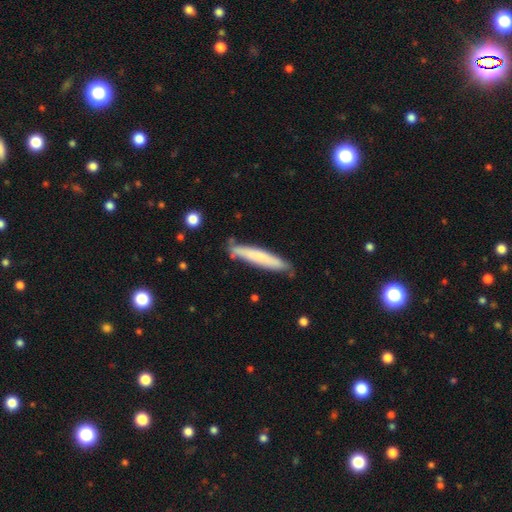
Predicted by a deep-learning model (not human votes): Smooth or featured? Predicted: smooth (p=0.62). How rounded? Predicted: cigar-shaped (p=0.93). Merging? Predicted: none (p=0.75).